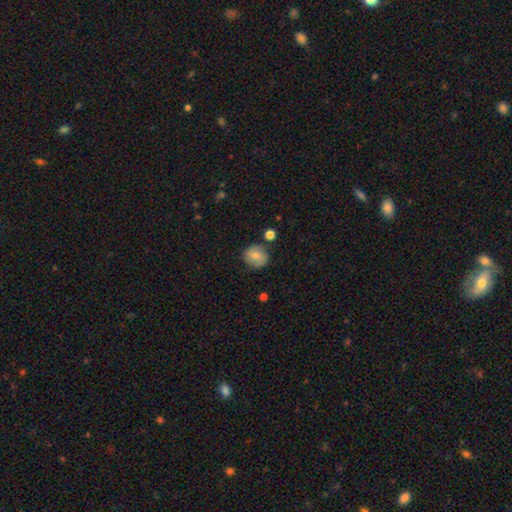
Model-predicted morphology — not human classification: Overall: smooth (73%). How rounded: round (82%). Merging: none (77%).